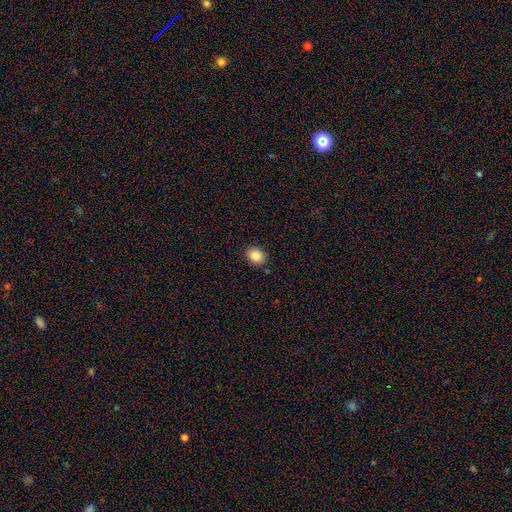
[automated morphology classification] Smooth or featured: smooth — 86% (star or artifact — 9%)
How rounded: in between — 52% (round — 47%)
Merging: none — 88% (minor disturbance — 9%)